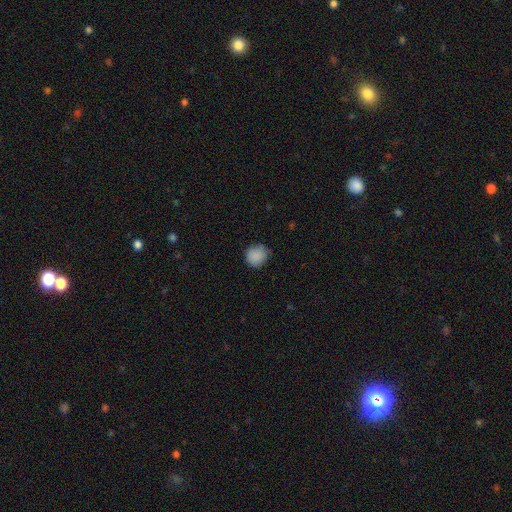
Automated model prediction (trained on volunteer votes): smooth-or-featured: smooth: 88% | star or artifact: 9% | featured or disk: 4%
  how-rounded: round: 89% | in between: 10% | cigar-shaped: 1%
  merging: none: 78% | minor disturbance: 18% | major disturbance: 3% | merger: 1%